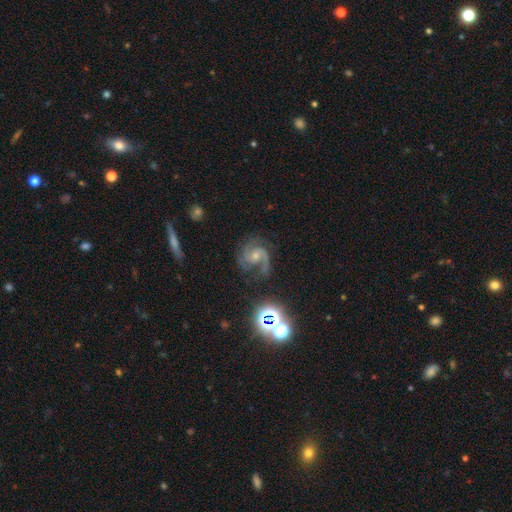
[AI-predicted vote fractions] This is clearly a featured or disk galaxy (86%). It is clearly not viewed edge-on (98%). Bar: possibly no (59%). Spiral arm pattern: clearly yes (98%). Spiral arm count: likely 2 (72%). Spiral winding: possibly medium (58%). Central bulge: possibly small (50%). Merging: likely none (64%).